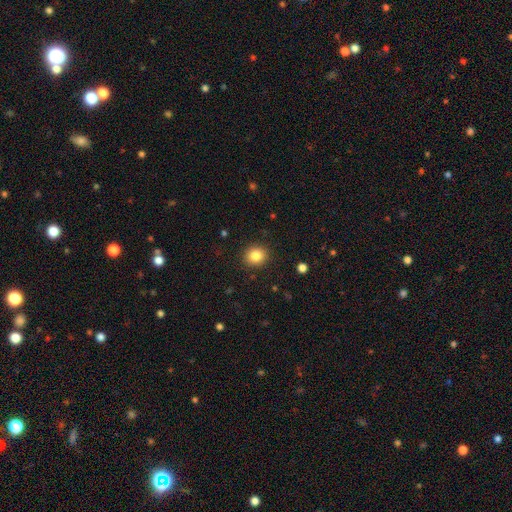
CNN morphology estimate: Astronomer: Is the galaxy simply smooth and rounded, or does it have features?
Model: smooth — 83%.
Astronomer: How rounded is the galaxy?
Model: round — 79%.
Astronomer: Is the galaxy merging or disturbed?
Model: none — 90%.